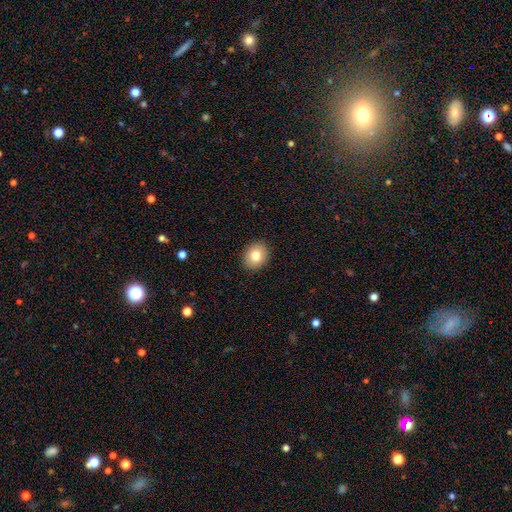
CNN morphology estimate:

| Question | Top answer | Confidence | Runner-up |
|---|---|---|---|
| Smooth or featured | smooth | 80% | featured or disk (11%) |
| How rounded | round | 62% | in between (37%) |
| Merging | none | 91% | minor disturbance (7%) |